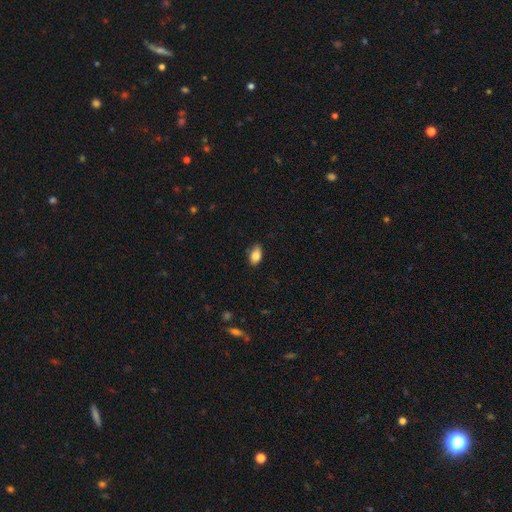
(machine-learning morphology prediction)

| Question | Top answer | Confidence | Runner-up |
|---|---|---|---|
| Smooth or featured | smooth | 84% | featured or disk (8%) |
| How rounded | in between | 89% | round (8%) |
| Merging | none | 76% | minor disturbance (20%) |